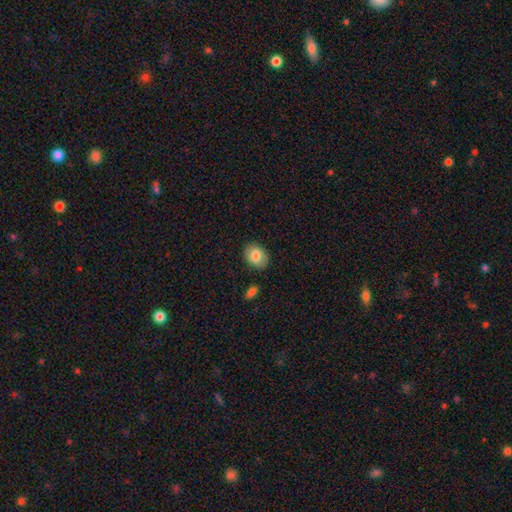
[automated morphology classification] The model was most divided on "how rounded": in between: 71%, round: 28%, cigar-shaped: 1%. More confident: merging — none (86%); smooth or featured — smooth (82%).